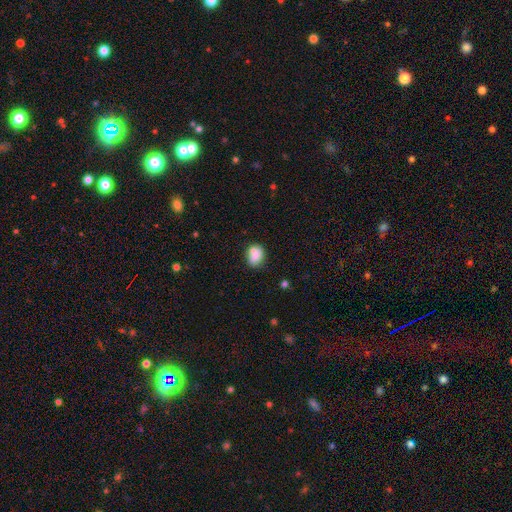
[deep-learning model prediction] This appears to be a smooth galaxy with no disk features (76%) that is in between round and cigar-shaped (62%). Merging: none (47%).